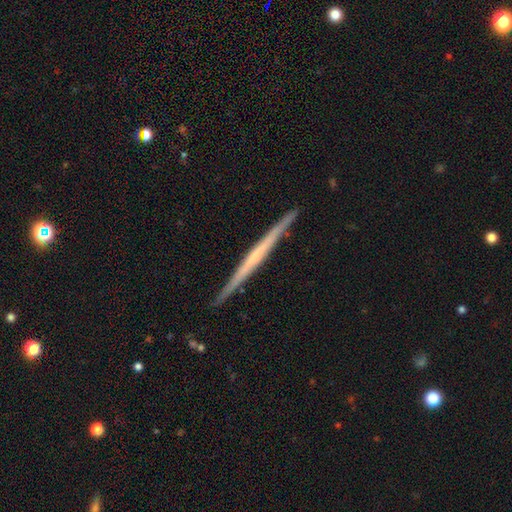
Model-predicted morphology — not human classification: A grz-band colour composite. It shows a featured or disk galaxy (71%) viewed edge-on (98%) with no central bulge (65%). Merging: none (91%).